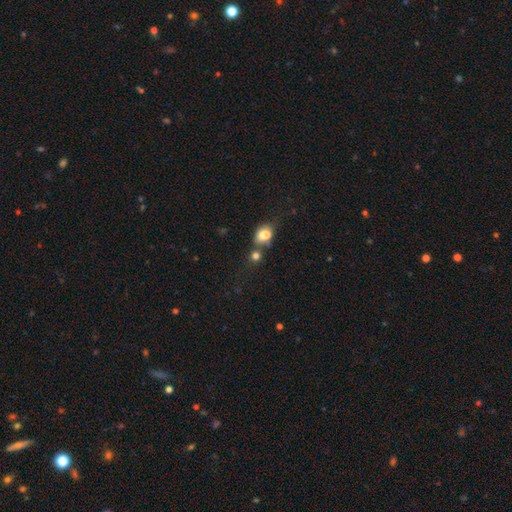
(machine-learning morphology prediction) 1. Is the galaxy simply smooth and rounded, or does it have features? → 67% smooth, 20% star or artifact, 13% featured or disk.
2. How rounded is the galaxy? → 59% round, 38% in between, 3% cigar-shaped.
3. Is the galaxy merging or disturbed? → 44% none, 31% merger, 15% minor disturbance, 10% major disturbance.